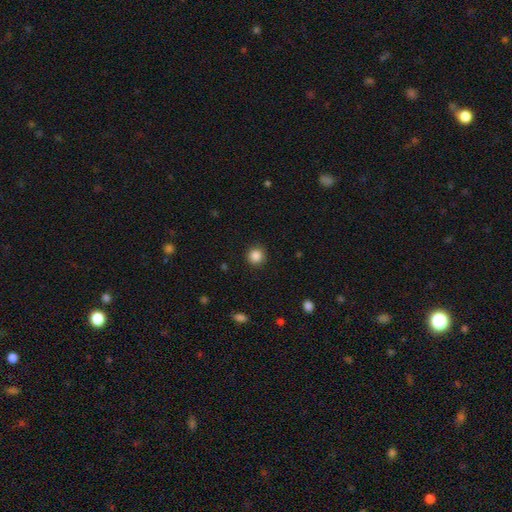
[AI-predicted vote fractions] Smooth or featured: smooth — 87% (star or artifact — 10%)
How rounded: round — 94% (in between — 6%)
Merging: none — 91% (minor disturbance — 6%)